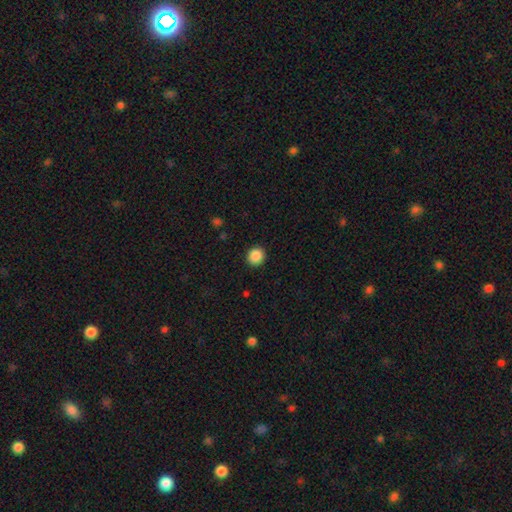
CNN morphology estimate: Smooth or featured?
  - smooth: 88% *
  - star or artifact: 9%
  - featured or disk: 3%
How rounded?
  - round: 90% *
  - in between: 9%
  - cigar-shaped: 1%
Merging?
  - none: 92% *
  - minor disturbance: 5%
  - major disturbance: 2%
  - merger: 1%